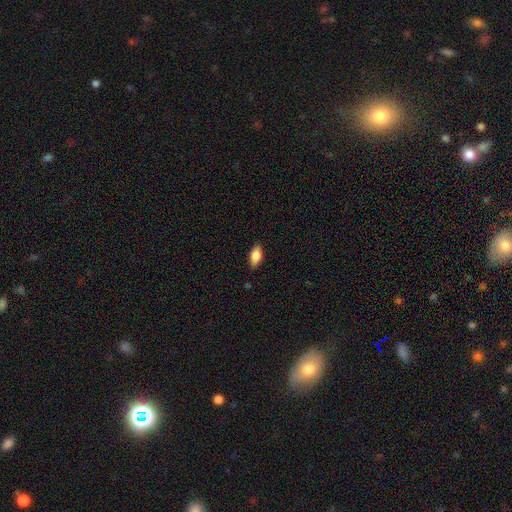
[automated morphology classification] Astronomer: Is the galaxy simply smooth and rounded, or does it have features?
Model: smooth — 81%.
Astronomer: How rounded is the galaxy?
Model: in between — 87%.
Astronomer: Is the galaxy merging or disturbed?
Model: none — 85%.